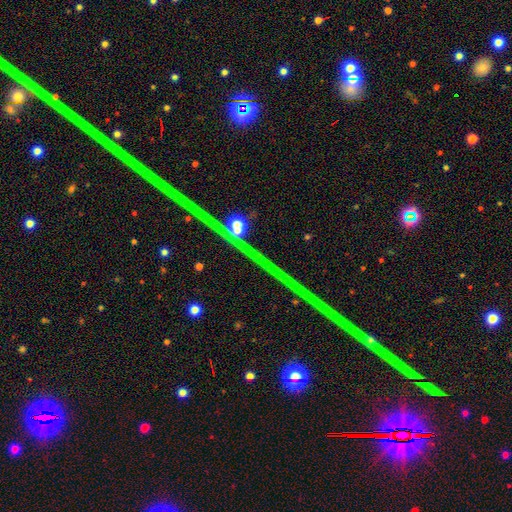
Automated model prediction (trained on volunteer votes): The model was most divided on "smooth or featured": star or artifact: 81%, featured or disk: 12%, smooth: 7%.